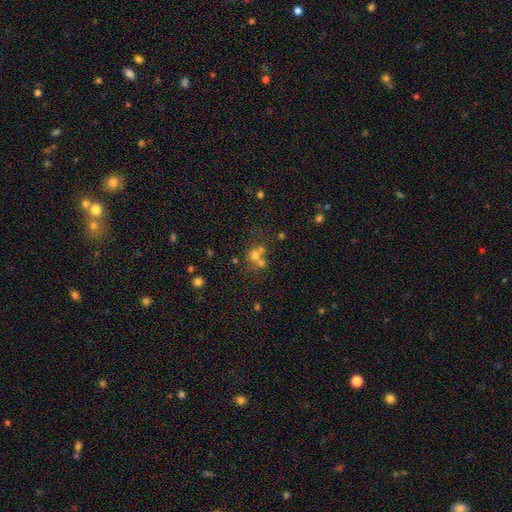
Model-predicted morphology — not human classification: A smooth galaxy with no disk features (59%) that is round (81%).

Vote fractions:
- Smooth or featured? smooth: 59% / star or artifact: 22% / featured or disk: 19%
- How rounded? round: 81% / in between: 18% / cigar-shaped: 1%
- Merging? merger: 47% / none: 41% / minor disturbance: 8% / major disturbance: 5%